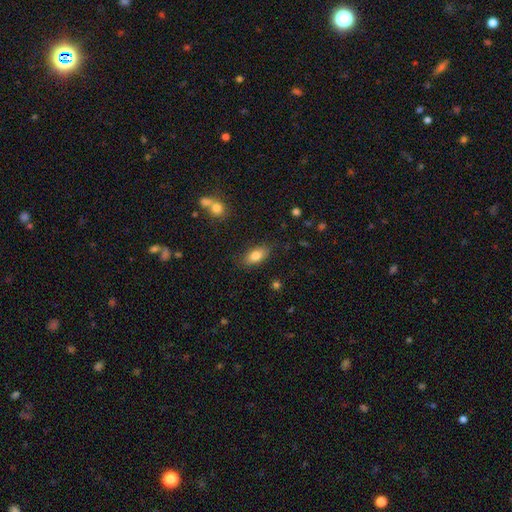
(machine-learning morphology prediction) The model was most divided on "smooth or featured": smooth: 80%, featured or disk: 11%, star or artifact: 8%. More confident: how rounded — in between (86%); merging — none (83%).